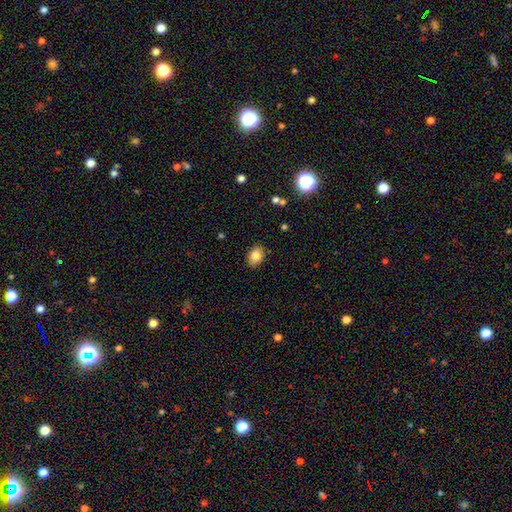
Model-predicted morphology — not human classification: A smooth galaxy with no disk features (84%) that is in between round and cigar-shaped (77%).

Vote fractions:
- Smooth or featured? smooth: 84% / star or artifact: 9% / featured or disk: 8%
- How rounded? in between: 77% / round: 22% / cigar-shaped: 1%
- Merging? none: 88% / minor disturbance: 9% / major disturbance: 2% / merger: 1%